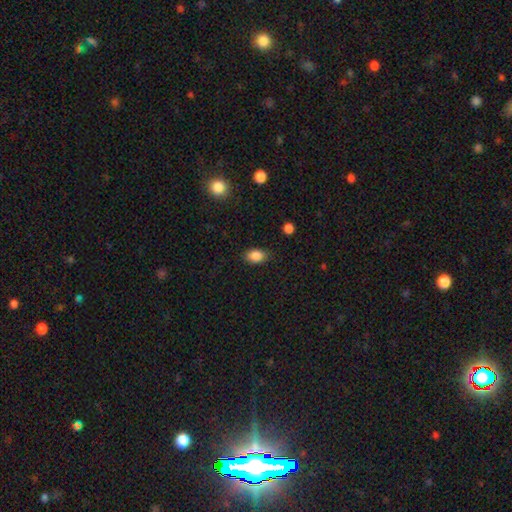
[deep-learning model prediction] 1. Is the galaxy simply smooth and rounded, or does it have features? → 87% smooth, 9% star or artifact, 5% featured or disk.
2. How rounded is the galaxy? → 86% in between, 13% round, 2% cigar-shaped.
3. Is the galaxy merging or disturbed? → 83% none, 13% minor disturbance, 3% major disturbance, 1% merger.